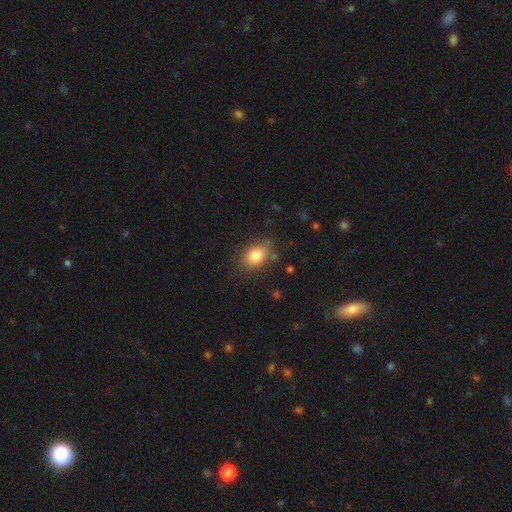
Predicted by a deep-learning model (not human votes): Smooth or featured: smooth — 82% (star or artifact — 9%)
How rounded: in between — 73% (round — 26%)
Merging: none — 76% (minor disturbance — 17%)